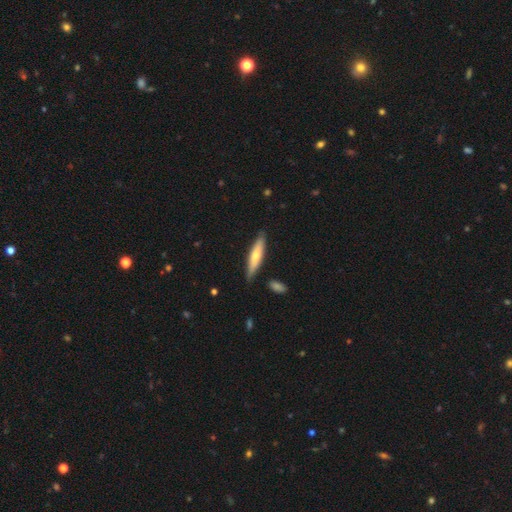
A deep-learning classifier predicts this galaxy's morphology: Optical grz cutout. It shows a smooth galaxy with no disk features (56%) that is cigar-shaped (80%). Merging: none (84%).